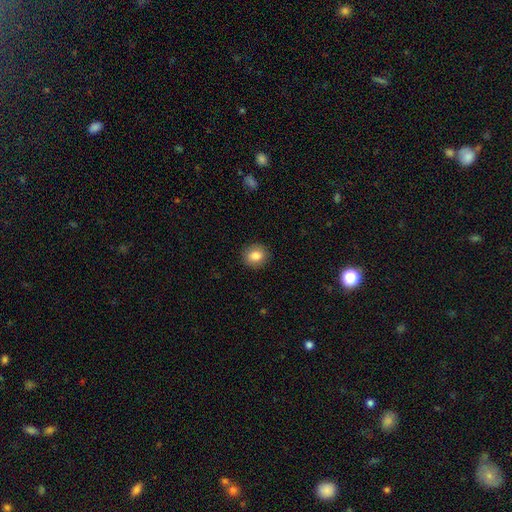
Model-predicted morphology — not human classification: A smooth galaxy with no disk features (84%) that is round (73%).

Vote fractions:
- Smooth or featured? smooth: 84% / star or artifact: 9% / featured or disk: 7%
- How rounded? round: 73% / in between: 26% / cigar-shaped: 1%
- Merging? none: 90% / minor disturbance: 7% / major disturbance: 2% / merger: 1%